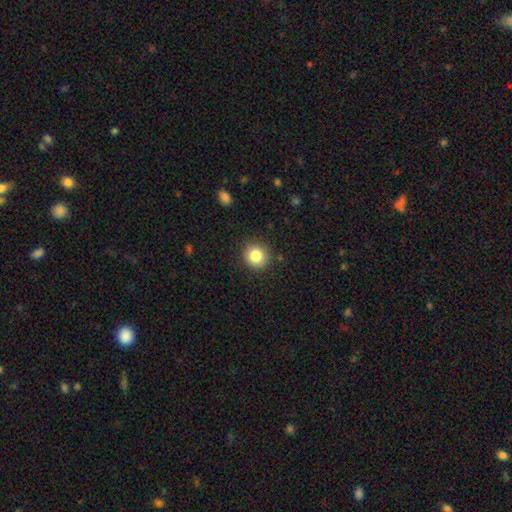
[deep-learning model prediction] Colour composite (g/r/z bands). It shows a smooth galaxy with no disk features (84%) that is round (88%). Merging: none (89%).